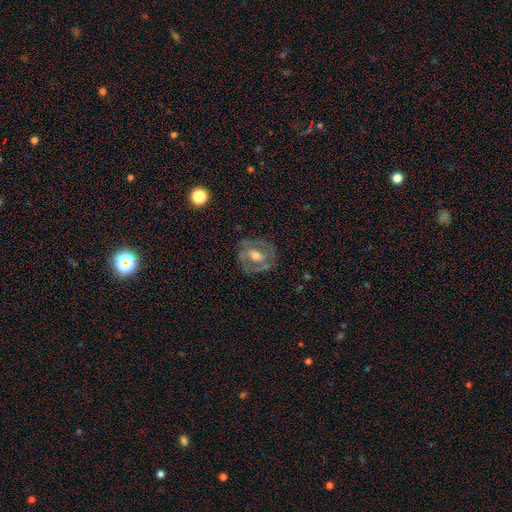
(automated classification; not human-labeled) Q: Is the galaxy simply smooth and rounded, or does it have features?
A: featured or disk — 73%.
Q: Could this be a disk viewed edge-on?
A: no — 95%.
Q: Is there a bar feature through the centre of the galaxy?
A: weak — 42%.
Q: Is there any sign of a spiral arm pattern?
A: yes — 70%.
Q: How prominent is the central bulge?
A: moderate — 69%.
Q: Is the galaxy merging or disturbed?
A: none — 72%.